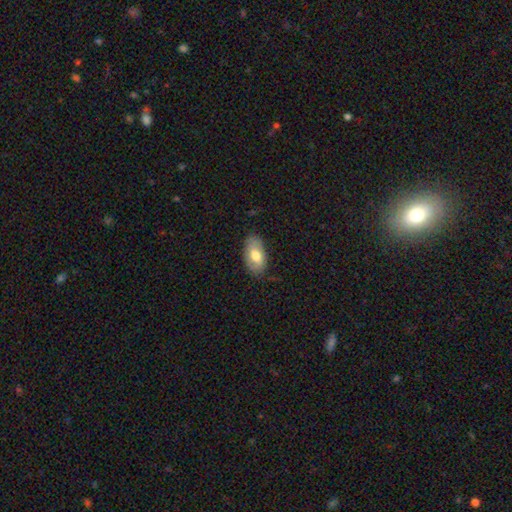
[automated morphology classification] The model was most divided on "smooth or featured": smooth: 67%, featured or disk: 27%, star or artifact: 6%. More confident: how rounded — in between (94%); merging — none (80%).